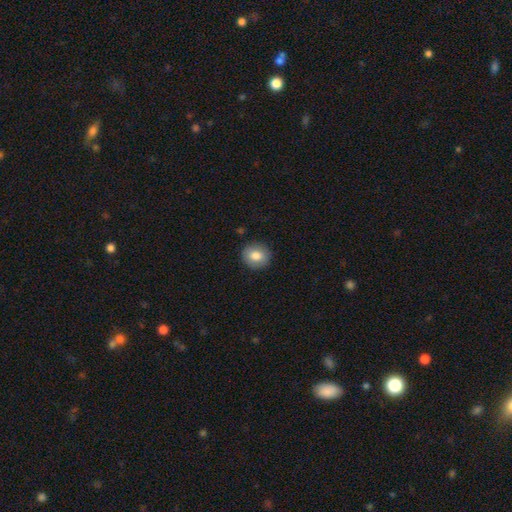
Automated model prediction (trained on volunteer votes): Overall: smooth (81%). How rounded: round (81%). Merging: none (89%).